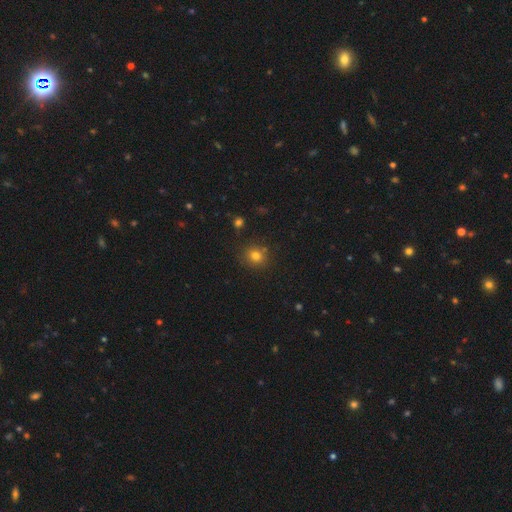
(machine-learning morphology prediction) A smooth galaxy with no disk features (78%) that is round (81%). Merging: none (82%).